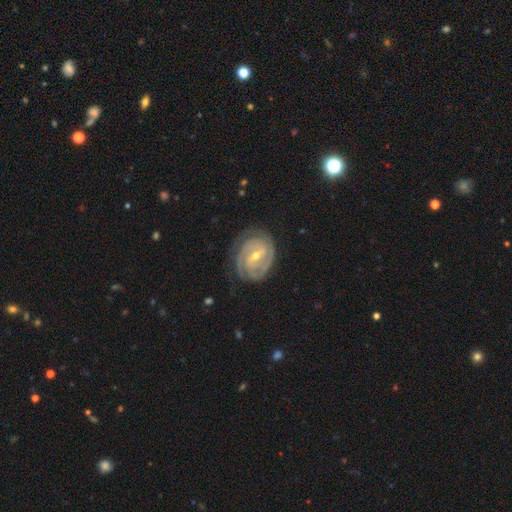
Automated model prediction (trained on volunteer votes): A featured or disk galaxy (89%) with a weak bar (48%), 2 (39%) tight (77%) spiral arms (97%) and a small central bulge (52%). Merging: none (78%).